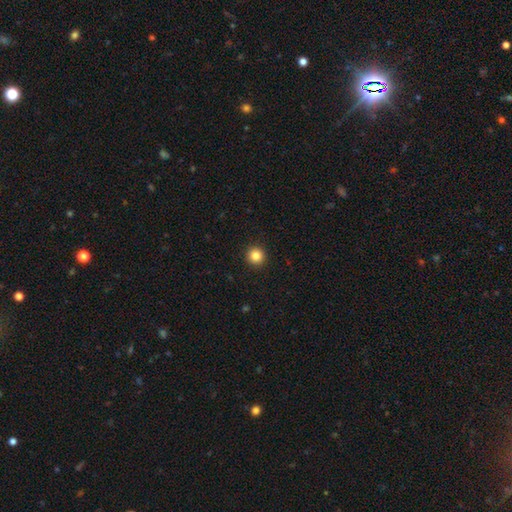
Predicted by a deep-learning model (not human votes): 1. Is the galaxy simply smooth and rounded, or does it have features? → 84% smooth, 11% star or artifact, 5% featured or disk.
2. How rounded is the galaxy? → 96% round, 3% in between, 1% cigar-shaped.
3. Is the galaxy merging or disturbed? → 93% none, 4% minor disturbance, 2% major disturbance, 1% merger.